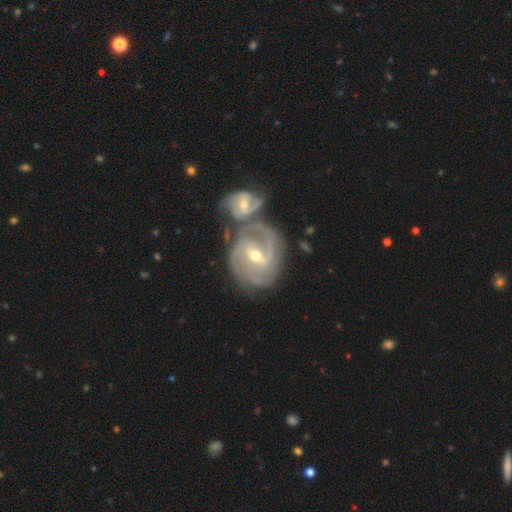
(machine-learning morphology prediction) Overall: featured or disk (90%). Edge-on disk: no (97%). Bar: weak (49%; strong 34%). Spiral arms: yes (97%). Spiral arm count: 2 (37%; 3 28%). Spiral winding: tight (56%; medium 37%). Bulge size: moderate (56%; small 41%). Merging: merger (49%; none 35%).